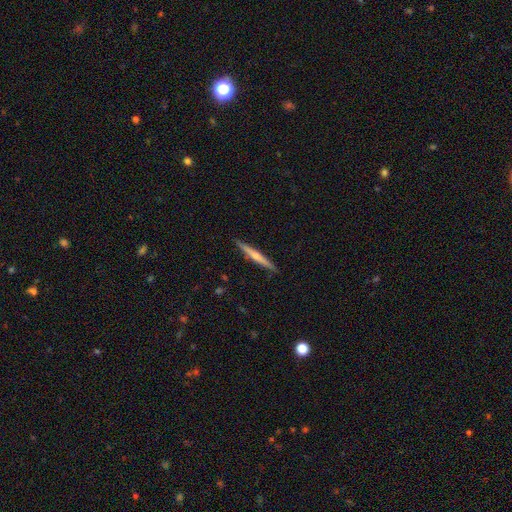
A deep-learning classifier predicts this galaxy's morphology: This appears to be a featured or disk galaxy (57%) viewed edge-on (97%) with a rounded central bulge (67%). Merging: none (90%).